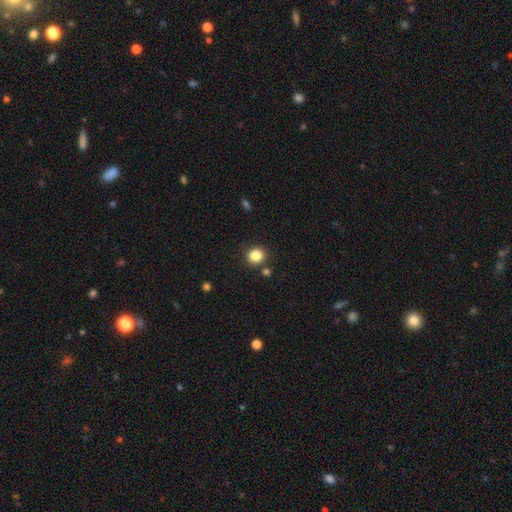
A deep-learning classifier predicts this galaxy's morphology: Smooth or featured: smooth — 85% (star or artifact — 11%)
How rounded: round — 81% (in between — 18%)
Merging: none — 84% (minor disturbance — 8%)